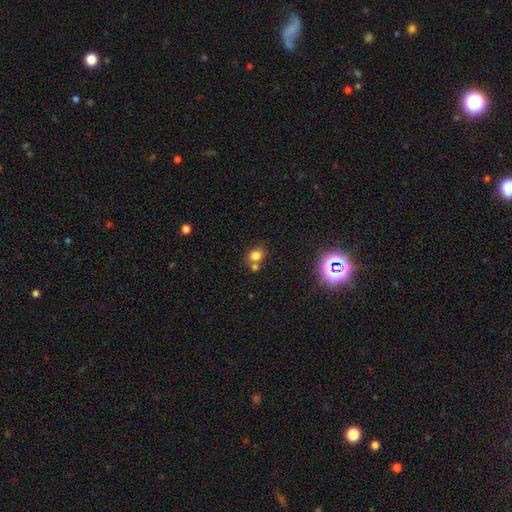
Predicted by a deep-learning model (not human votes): This appears to be a smooth galaxy with no disk features (77%) that is round (65%). Merging: none (52%).